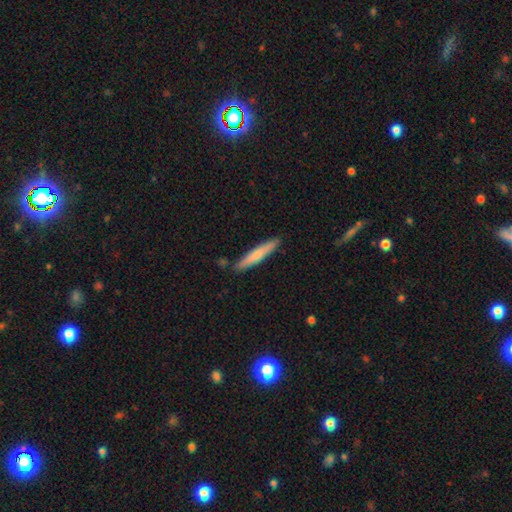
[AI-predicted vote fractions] smooth 68%, featured or disk 27%, star or artifact 5%. Down the decision tree: how rounded — cigar-shaped (93%); merging — none (87%).